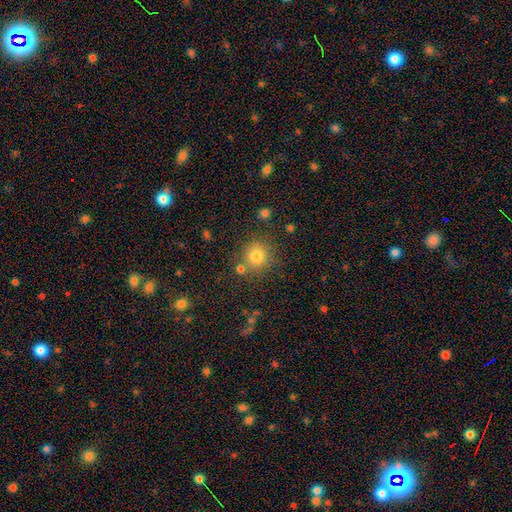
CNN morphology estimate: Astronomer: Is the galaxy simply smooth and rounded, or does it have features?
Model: smooth — 76%.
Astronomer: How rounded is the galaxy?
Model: round — 92%.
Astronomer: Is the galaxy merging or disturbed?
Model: none — 79%.